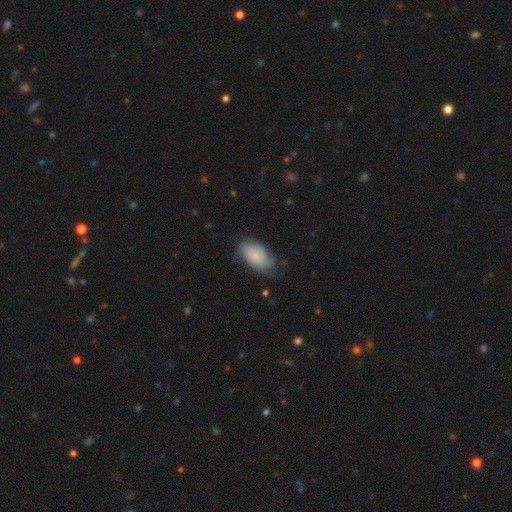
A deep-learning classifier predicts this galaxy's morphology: A smooth galaxy with no disk features (67%) that is in between round and cigar-shaped (93%).

Vote fractions:
- Smooth or featured? smooth: 67% / featured or disk: 26% / star or artifact: 7%
- How rounded? in between: 93% / round: 5% / cigar-shaped: 2%
- Merging? none: 57% / minor disturbance: 31% / major disturbance: 11% / merger: 2%